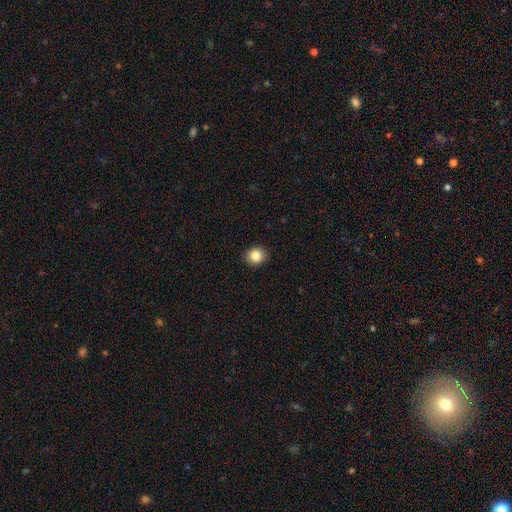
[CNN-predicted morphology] Smooth or featured? smooth (84%)
How rounded? round (77%)
Merging? none (91%)